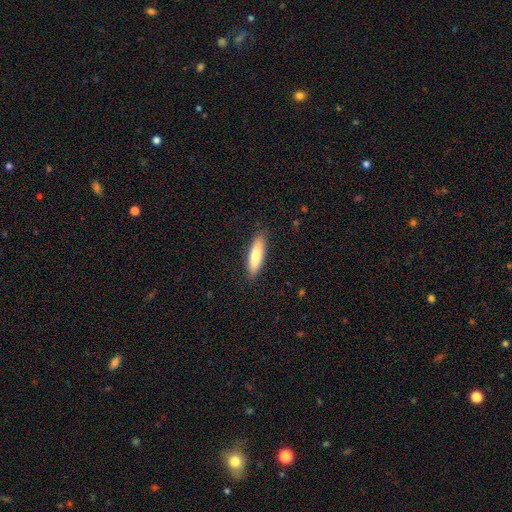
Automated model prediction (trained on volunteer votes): smooth 79%, featured or disk 15%, star or artifact 6%. Down the decision tree: how rounded — cigar-shaped (64%); merging — none (87%).